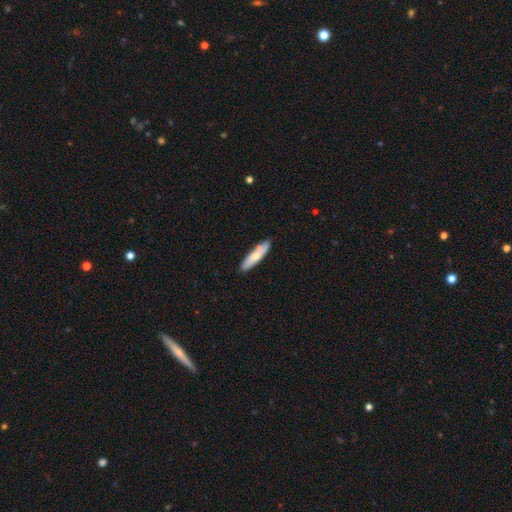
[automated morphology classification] This appears to be a smooth galaxy with no disk features (64%) that is cigar-shaped (71%). Merging: none (82%).